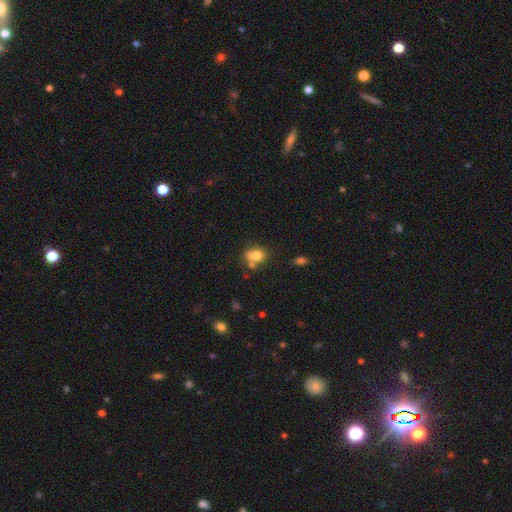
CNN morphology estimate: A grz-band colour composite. It shows a smooth galaxy with no disk features (75%) that is in between round and cigar-shaped (61%). Merging: none (45%).